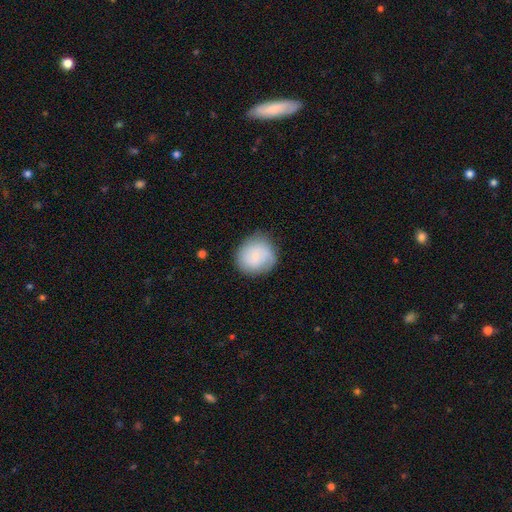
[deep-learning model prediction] Smooth or featured: smooth — 65% (featured or disk — 27%)
How rounded: round — 85% (in between — 14%)
Merging: none — 74% (minor disturbance — 18%)